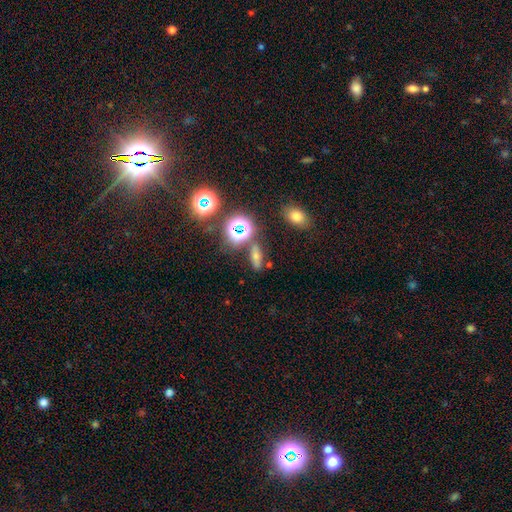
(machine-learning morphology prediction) Smooth or featured: smooth — 53% (star or artifact — 29%)
How rounded: in between — 54% (cigar-shaped — 29%)
Merging: none — 78% (minor disturbance — 11%)